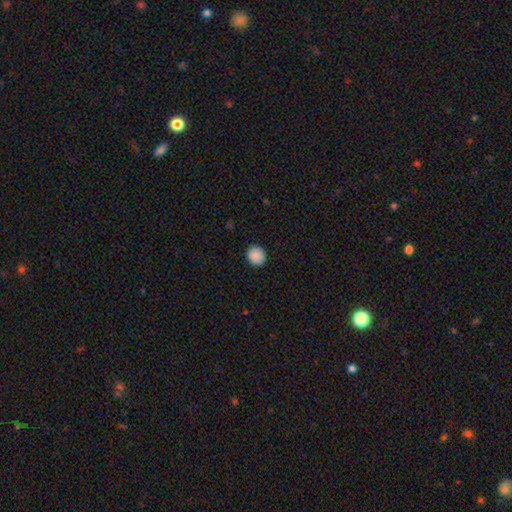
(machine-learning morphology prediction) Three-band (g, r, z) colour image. It shows a smooth galaxy with no disk features (89%) that is round (82%). Merging: none (91%).